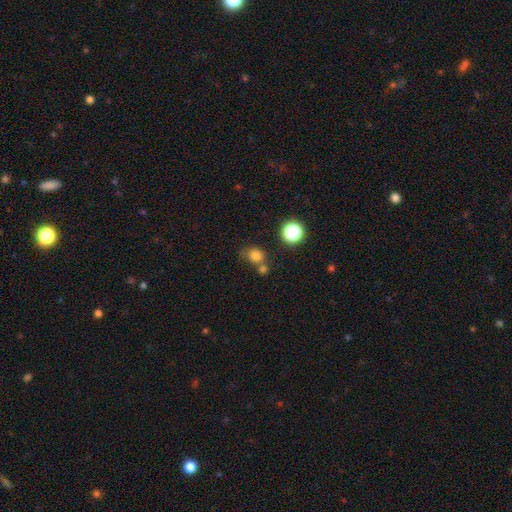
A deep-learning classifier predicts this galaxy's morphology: smooth-or-featured: smooth: 77% | star or artifact: 16% | featured or disk: 8%
  how-rounded: round: 58% | in between: 41% | cigar-shaped: 1%
  merging: none: 54% | merger: 26% | minor disturbance: 14% | major disturbance: 6%